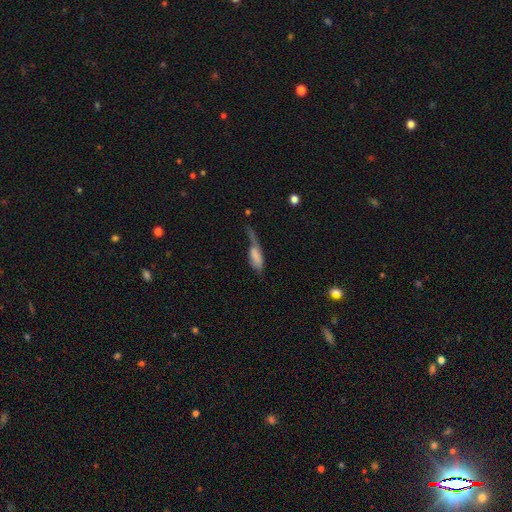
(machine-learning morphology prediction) The model was most divided on "merging": major disturbance: 42%, minor disturbance: 28%, none: 21%, merger: 9%. More confident: smooth or featured — smooth (69%); how rounded — in between (61%).